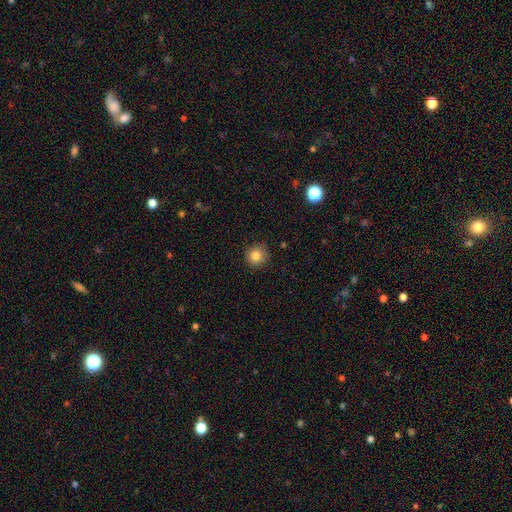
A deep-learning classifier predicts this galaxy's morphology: A smooth galaxy with no disk features (83%) that is round (93%). Merging: none (88%).